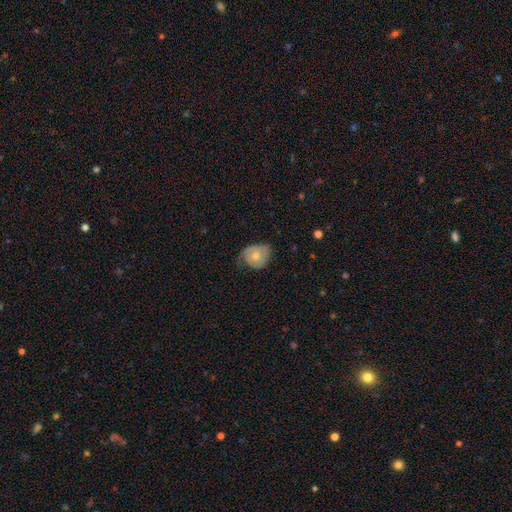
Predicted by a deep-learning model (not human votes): featured or disk 49%, smooth 44%, star or artifact 6%. Down the decision tree: merging — none (46%).